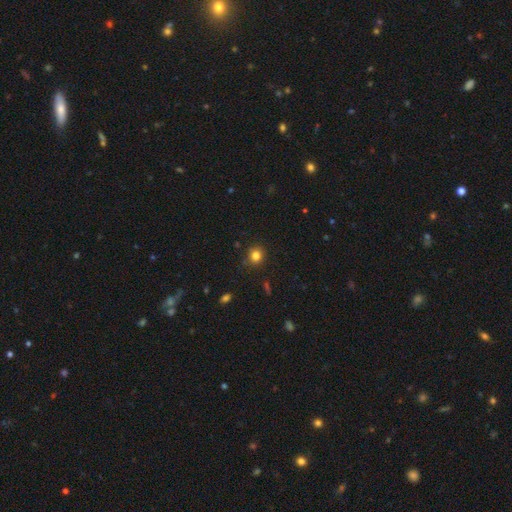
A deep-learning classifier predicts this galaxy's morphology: smooth-or-featured: smooth: 81% | star or artifact: 14% | featured or disk: 5%
  how-rounded: round: 85% | in between: 14% | cigar-shaped: 1%
  merging: none: 85% | minor disturbance: 11% | major disturbance: 3% | merger: 2%